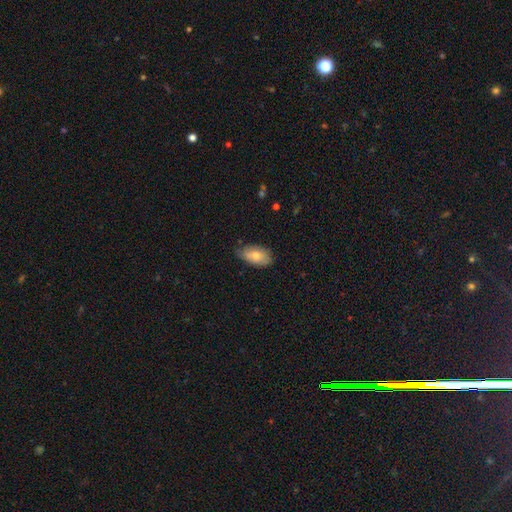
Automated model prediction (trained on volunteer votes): smooth-or-featured: smooth: 77% | featured or disk: 17% | star or artifact: 6%
  how-rounded: in between: 93% | round: 4% | cigar-shaped: 3%
  merging: none: 70% | minor disturbance: 25% | major disturbance: 4% | merger: 1%